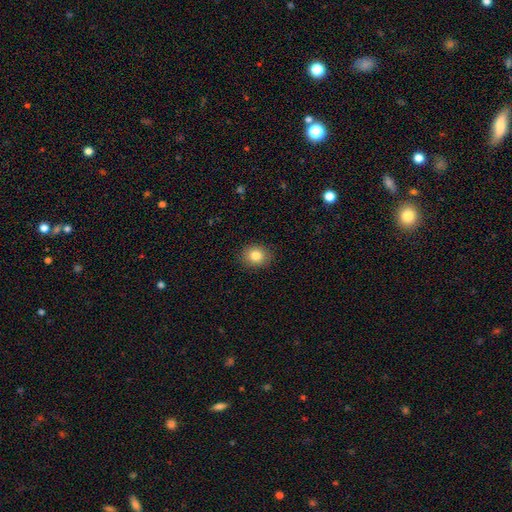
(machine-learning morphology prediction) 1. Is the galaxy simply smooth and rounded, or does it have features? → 83% smooth, 10% star or artifact, 7% featured or disk.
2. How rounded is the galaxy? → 60% round, 39% in between, 1% cigar-shaped.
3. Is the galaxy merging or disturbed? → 89% none, 8% minor disturbance, 2% major disturbance, 1% merger.